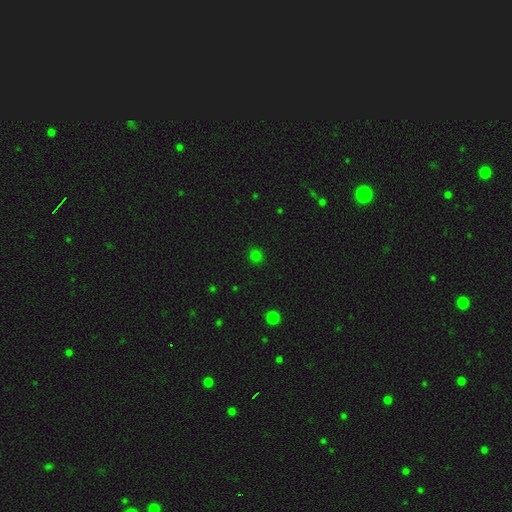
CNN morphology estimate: A smooth galaxy with no disk features (76%) that is round (87%). Merging: none (90%).